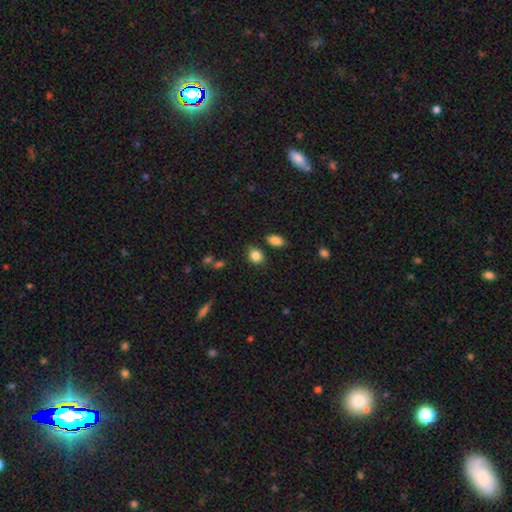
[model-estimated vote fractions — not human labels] Morphology: type=smooth (86%); roundness=in between (53%); merging=none (79%).